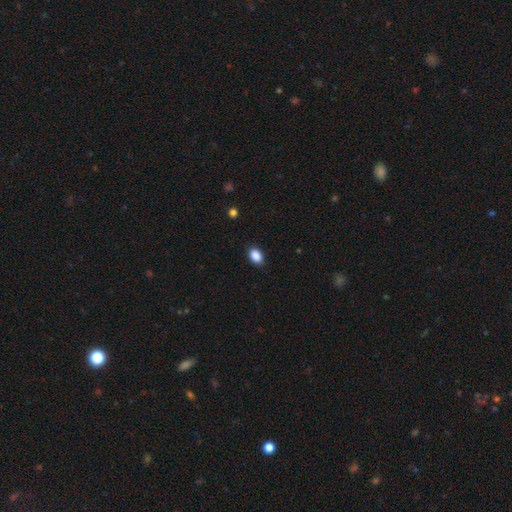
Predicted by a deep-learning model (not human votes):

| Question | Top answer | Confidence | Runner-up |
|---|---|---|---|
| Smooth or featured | smooth | 89% | star or artifact (8%) |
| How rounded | in between | 82% | round (17%) |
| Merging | none | 87% | minor disturbance (10%) |